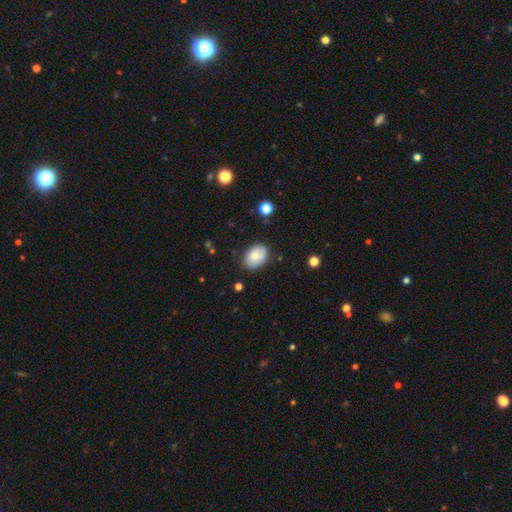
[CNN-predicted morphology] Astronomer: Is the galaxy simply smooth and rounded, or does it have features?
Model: smooth — 71%.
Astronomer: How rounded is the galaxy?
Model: in between — 82%.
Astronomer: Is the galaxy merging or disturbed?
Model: none — 80%.